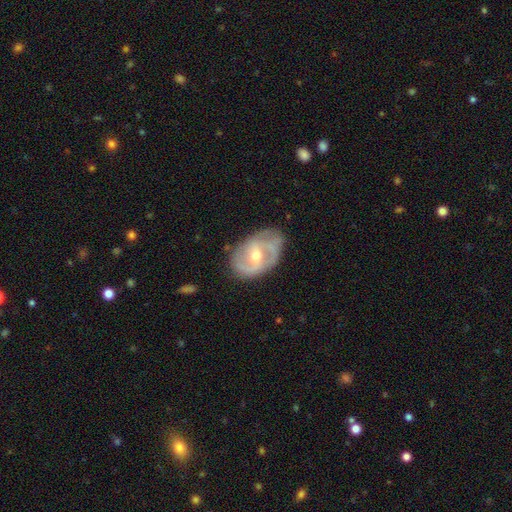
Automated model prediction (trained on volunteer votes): Smooth or featured? Predicted: featured or disk (p=0.77). Edge-on disk? Predicted: no (p=0.96). Bar? Predicted: weak (p=0.48). Spiral arms? Predicted: yes (p=0.83). Spiral winding? Predicted: medium (p=0.45). Spiral arm count? Predicted: 2 (p=0.63). Bulge size? Predicted: moderate (p=0.58). Merging? Predicted: none (p=0.64).